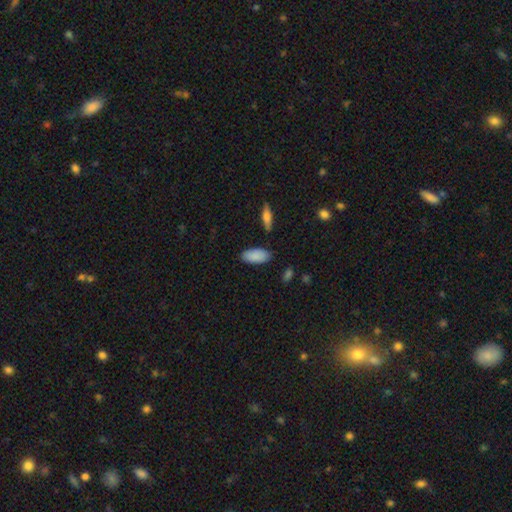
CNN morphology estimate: A smooth galaxy with no disk features (88%) that is in between round and cigar-shaped (89%). Merging: none (85%).